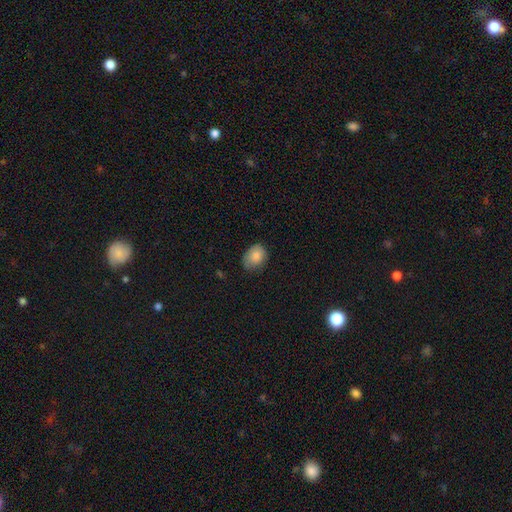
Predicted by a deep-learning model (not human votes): smooth-or-featured: smooth: 85% | star or artifact: 8% | featured or disk: 7%
  how-rounded: in between: 65% | round: 34% | cigar-shaped: 1%
  merging: none: 64% | minor disturbance: 29% | major disturbance: 5% | merger: 1%